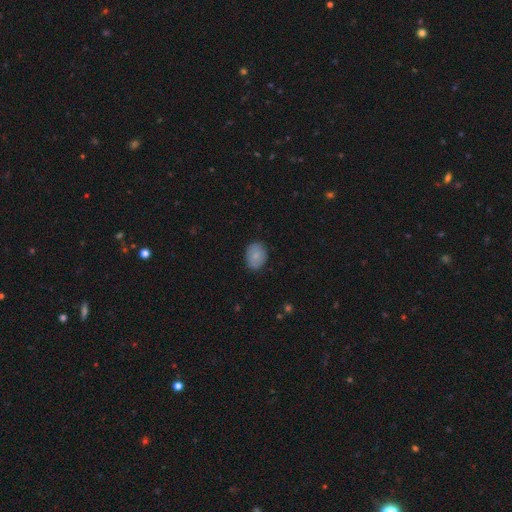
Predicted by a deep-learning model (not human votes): This appears to be a smooth galaxy with no disk features (82%) that is in between round and cigar-shaped (60%). Merging: none (84%).